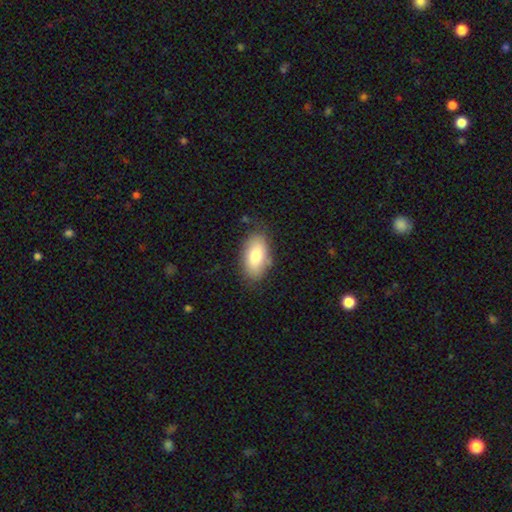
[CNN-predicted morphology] smooth 78%, featured or disk 15%, star or artifact 7%. Down the decision tree: how rounded — in between (93%); merging — none (79%).